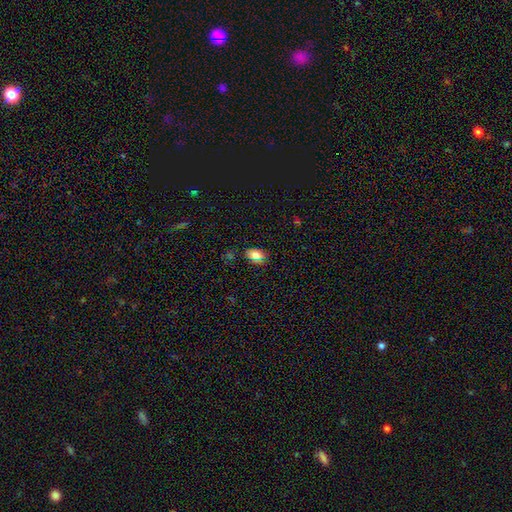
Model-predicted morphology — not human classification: smooth_or_featured: smooth (p=0.72) [alt: star or artifact p=0.20]
how_rounded: in between (p=0.82) [alt: round p=0.15]
merging: none (p=0.82) [alt: minor disturbance p=0.13]